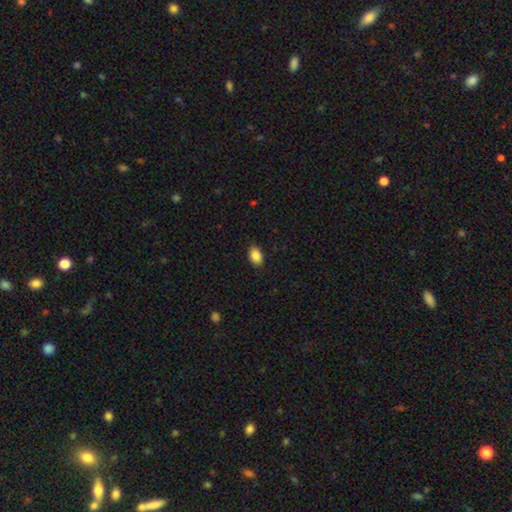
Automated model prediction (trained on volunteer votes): Q: Smooth or featured?
A: smooth (88%); runner-up: star or artifact (8%)
Q: How rounded?
A: in between (89%); runner-up: round (10%)
Q: Merging?
A: none (85%); runner-up: minor disturbance (12%)